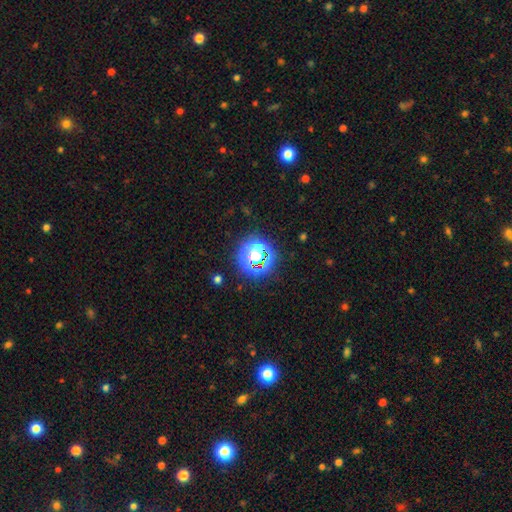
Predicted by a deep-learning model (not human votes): smooth_or_featured: star or artifact (p=0.56) [alt: smooth p=0.33]